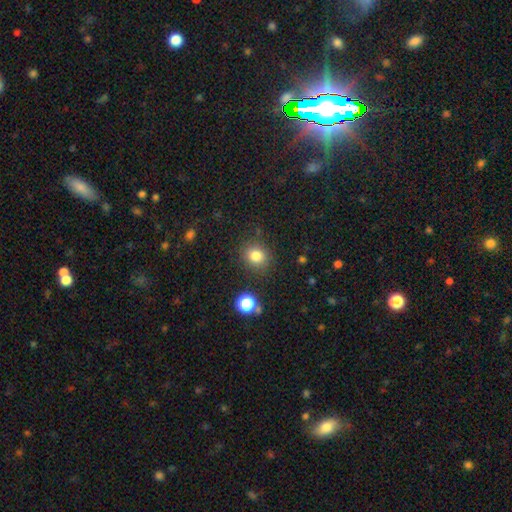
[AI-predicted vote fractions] Morphology: type=smooth (81%); roundness=round (78%); merging=none (85%).